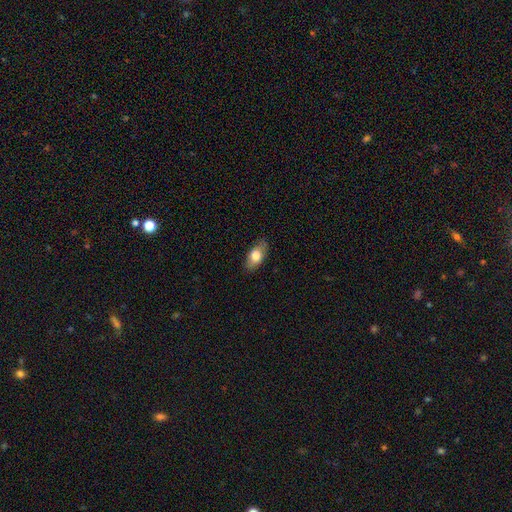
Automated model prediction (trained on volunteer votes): smooth 74%, featured or disk 20%, star or artifact 6%. Down the decision tree: how rounded — in between (90%); merging — none (83%).